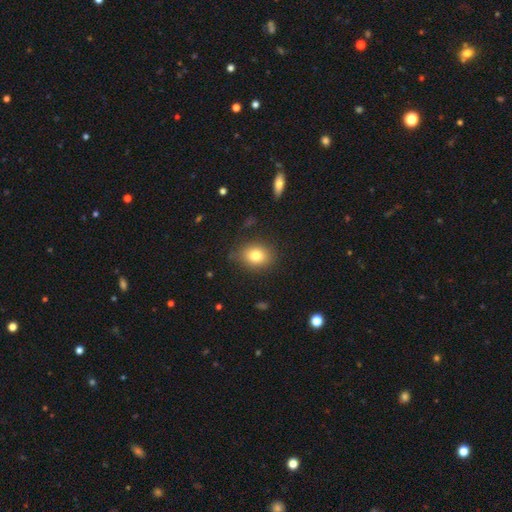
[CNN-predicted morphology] A smooth galaxy with no disk features (80%) that is in between round and cigar-shaped (51%). Merging: none (80%).